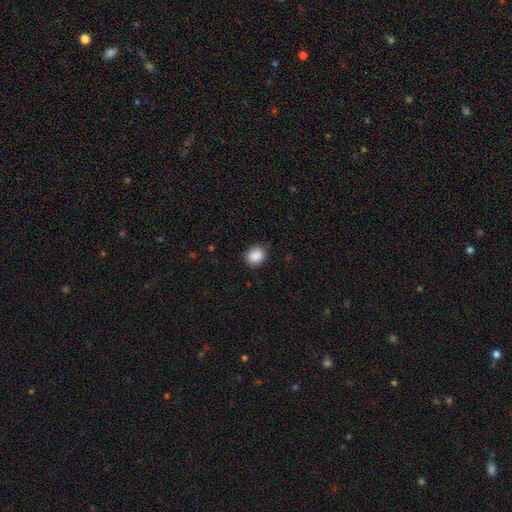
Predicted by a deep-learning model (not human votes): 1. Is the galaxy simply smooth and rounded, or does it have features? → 88% smooth, 8% star or artifact, 3% featured or disk.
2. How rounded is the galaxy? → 72% round, 27% in between, 1% cigar-shaped.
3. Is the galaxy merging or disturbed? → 83% none, 14% minor disturbance, 3% major disturbance, 1% merger.